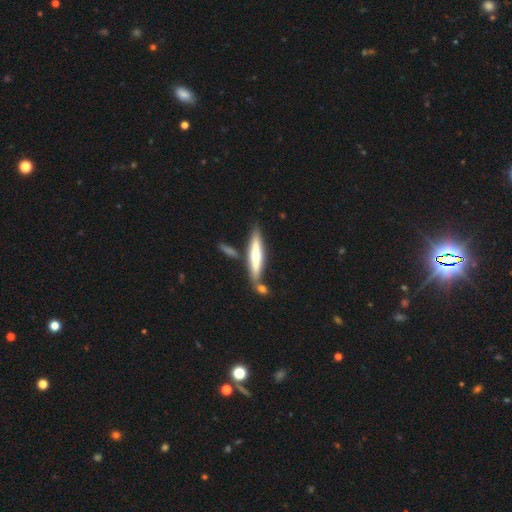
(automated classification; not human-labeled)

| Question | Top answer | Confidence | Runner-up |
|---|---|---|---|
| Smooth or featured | featured or disk | 53% | smooth (42%) |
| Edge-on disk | yes | 91% | no (9%) |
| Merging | none | 68% | merger (16%) |